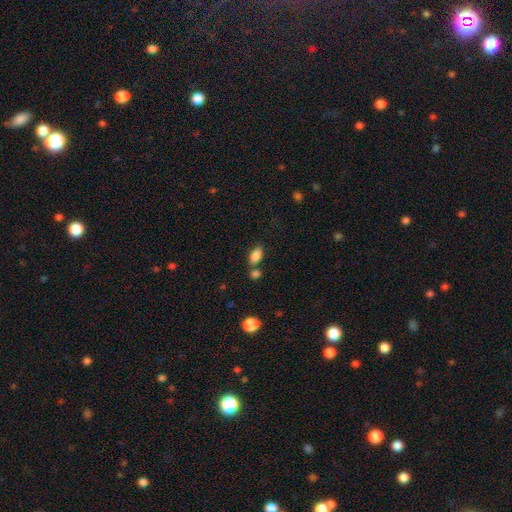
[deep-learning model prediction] A smooth galaxy with no disk features (86%) that is in between round and cigar-shaped (90%). Merging: none (62%).